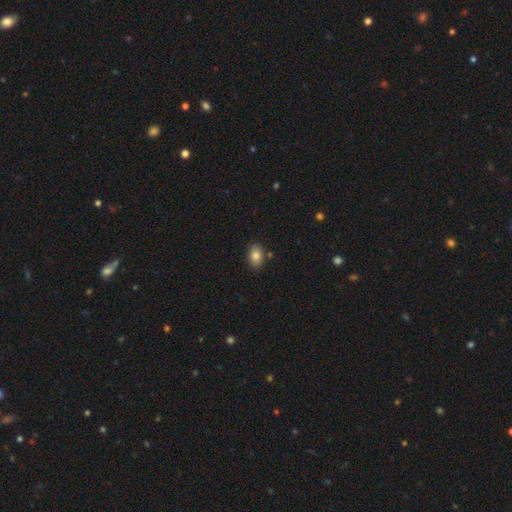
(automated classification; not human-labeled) Smooth or featured: smooth — 84% (star or artifact — 9%)
How rounded: in between — 83% (round — 16%)
Merging: none — 82% (minor disturbance — 11%)